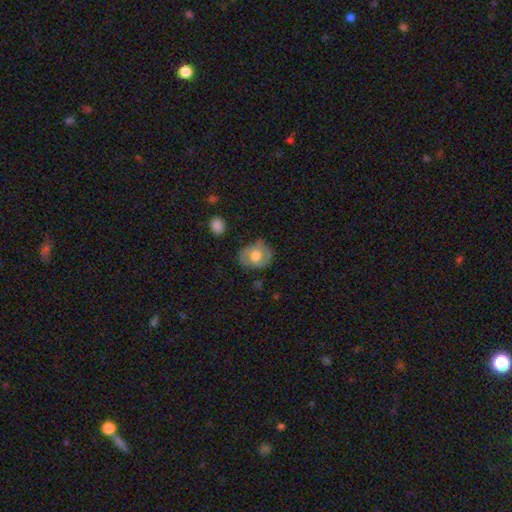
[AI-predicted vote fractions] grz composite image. It shows a smooth galaxy with no disk features (50%) that is round (54%). Merging: none (73%).